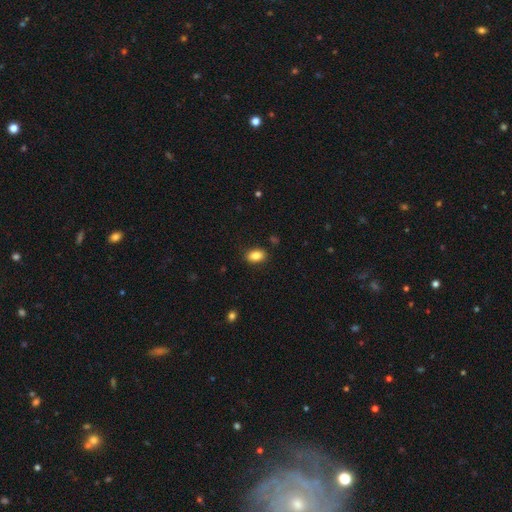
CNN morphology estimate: This appears to be a smooth galaxy with no disk features (86%) that is in between round and cigar-shaped (85%). Merging: none (87%).